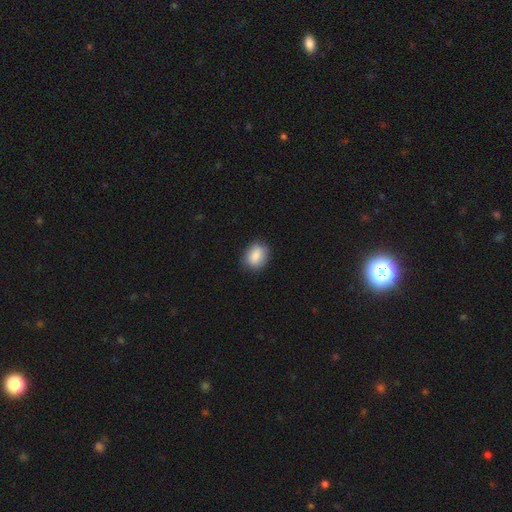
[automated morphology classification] Smooth or featured? Predicted: smooth (p=0.86). How rounded? Predicted: round (p=0.50). Merging? Predicted: none (p=0.85).